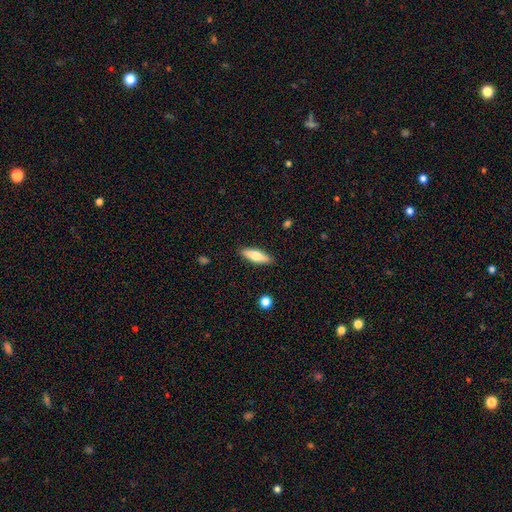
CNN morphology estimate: Smooth or featured: smooth — 65% (featured or disk — 29%)
How rounded: cigar-shaped — 51% (in between — 47%)
Merging: none — 89% (minor disturbance — 8%)